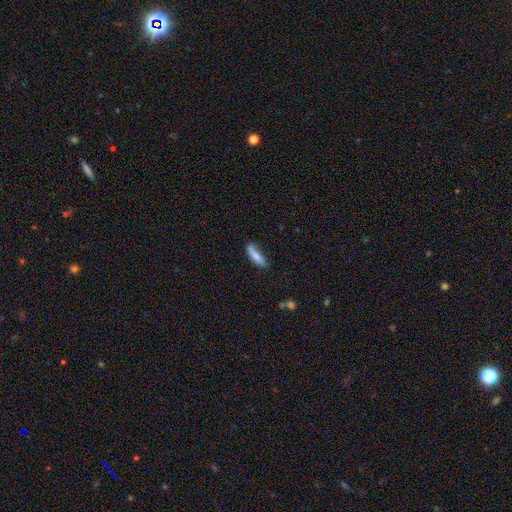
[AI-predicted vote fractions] smooth 79%, featured or disk 14%, star or artifact 7%. Down the decision tree: how rounded — cigar-shaped (61%); merging — none (57%).